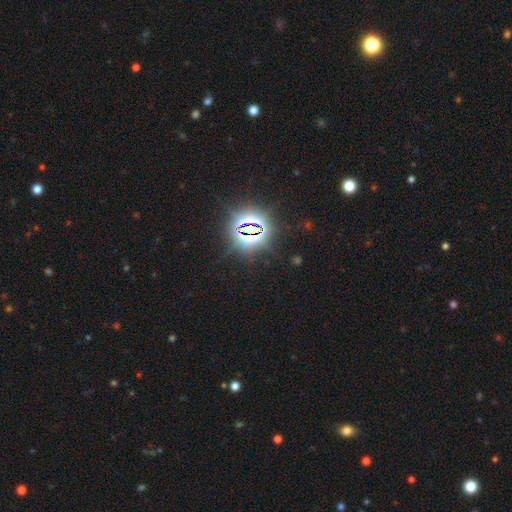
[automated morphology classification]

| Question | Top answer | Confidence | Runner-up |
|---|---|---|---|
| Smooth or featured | star or artifact | 84% | smooth (10%) |